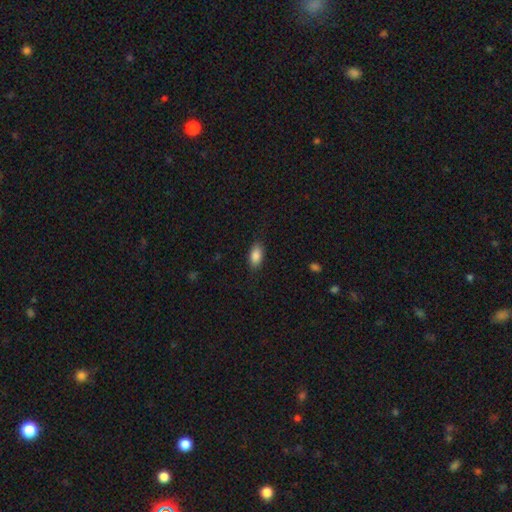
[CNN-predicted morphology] smooth 87%, star or artifact 7%, featured or disk 5%. Down the decision tree: how rounded — in between (90%); merging — none (85%).